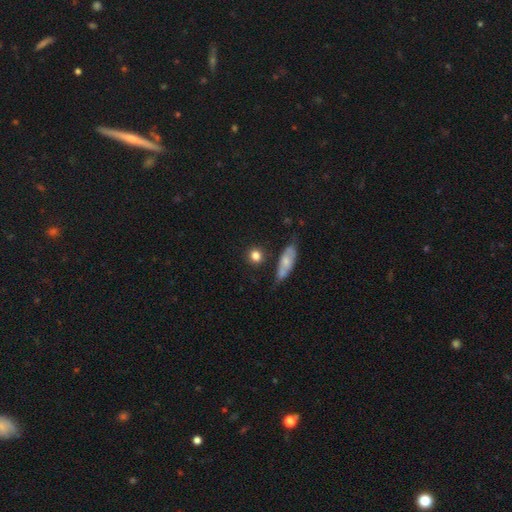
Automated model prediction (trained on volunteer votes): The model was most divided on "merging": none: 79%, minor disturbance: 11%, merger: 6%, major disturbance: 4%. More confident: how rounded — round (85%); smooth or featured — smooth (81%).